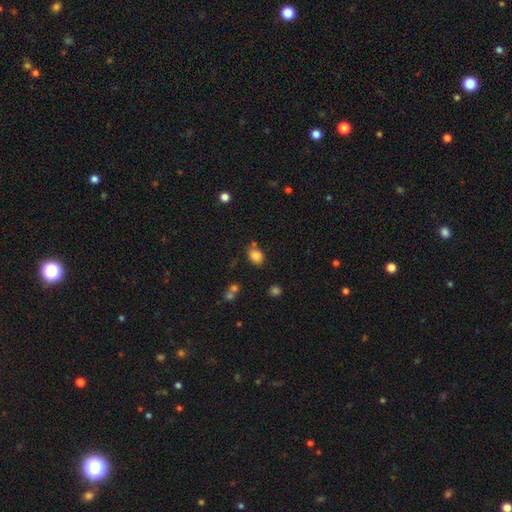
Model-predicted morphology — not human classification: Smooth or featured?
  - smooth: 83% *
  - star or artifact: 11%
  - featured or disk: 6%
How rounded?
  - in between: 56% *
  - round: 43%
  - cigar-shaped: 1%
Merging?
  - none: 70% *
  - minor disturbance: 15%
  - merger: 11%
  - major disturbance: 4%